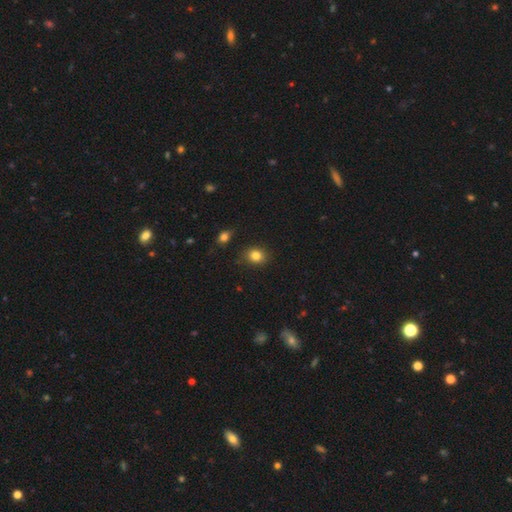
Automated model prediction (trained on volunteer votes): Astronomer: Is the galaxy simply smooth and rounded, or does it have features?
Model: smooth — 82%.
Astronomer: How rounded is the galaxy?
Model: round — 62% (runner-up: in between, 37%).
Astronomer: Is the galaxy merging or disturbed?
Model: none — 86%.